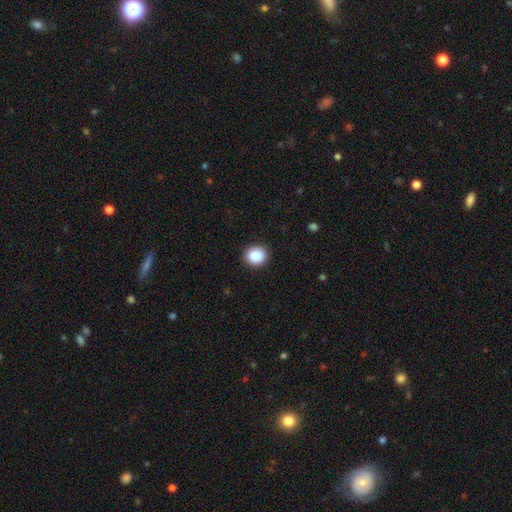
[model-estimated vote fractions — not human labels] This appears to be a smooth galaxy with no disk features (89%) that is round (86%). Merging: none (91%).